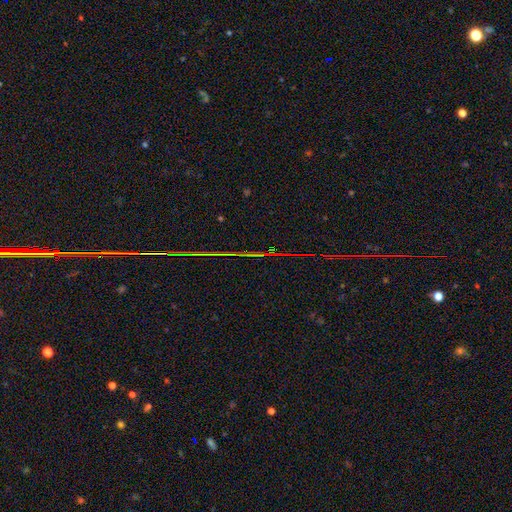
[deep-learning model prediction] Smooth or featured?
  - star or artifact: 87% *
  - smooth: 7%
  - featured or disk: 6%